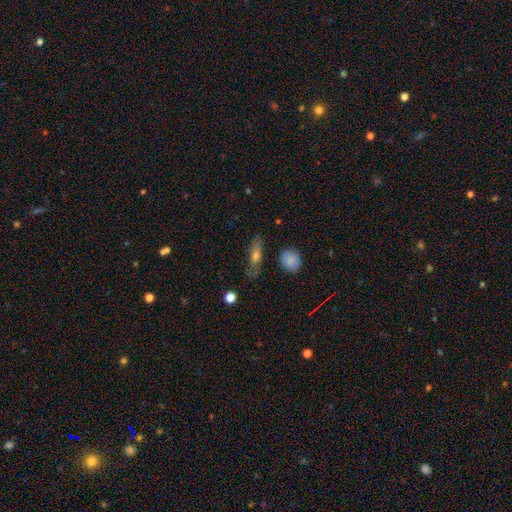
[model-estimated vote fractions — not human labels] A smooth galaxy with no disk features (53%) that is in between round and cigar-shaped (48%). Merging: none (69%).